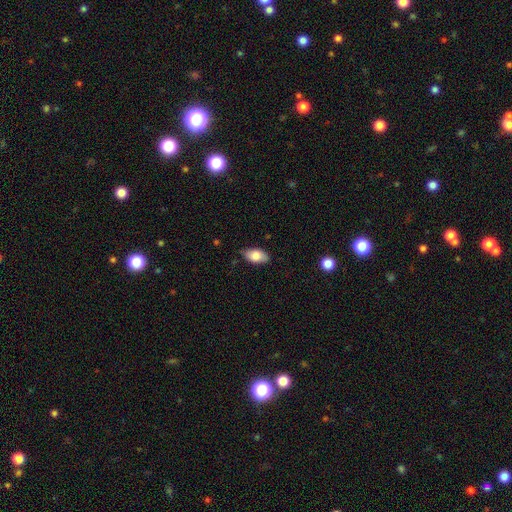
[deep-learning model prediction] This appears to be a smooth galaxy with no disk features (81%) that is in between round and cigar-shaped (93%). Merging: none (79%).